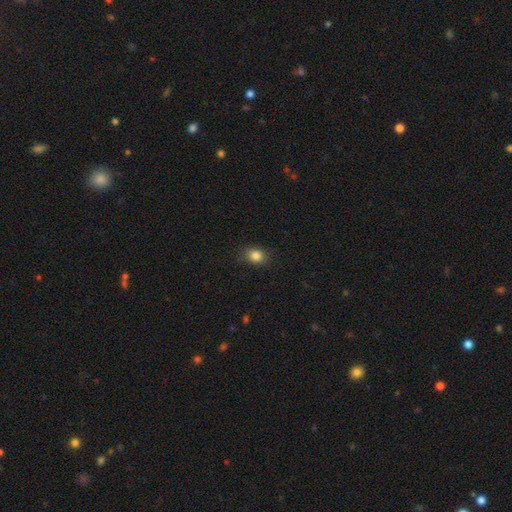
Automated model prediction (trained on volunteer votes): Smooth or featured: smooth — 84% (star or artifact — 11%)
How rounded: round — 53% (in between — 45%)
Merging: none — 80% (minor disturbance — 16%)